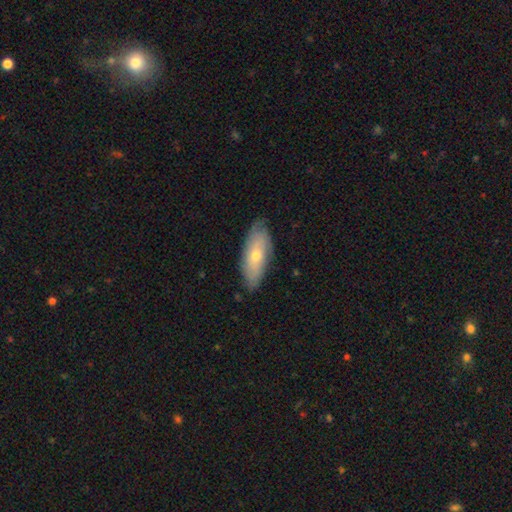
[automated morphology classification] Smooth or featured? Predicted: smooth (p=0.55). How rounded? Predicted: in between (p=0.74). Merging? Predicted: none (p=0.78).